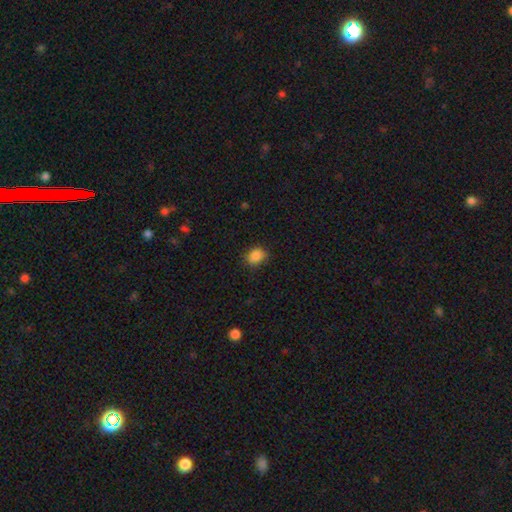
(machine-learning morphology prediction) smooth_or_featured: smooth (p=0.86) [alt: star or artifact p=0.10]
how_rounded: in between (p=0.52) [alt: round p=0.47]
merging: none (p=0.80) [alt: minor disturbance p=0.15]